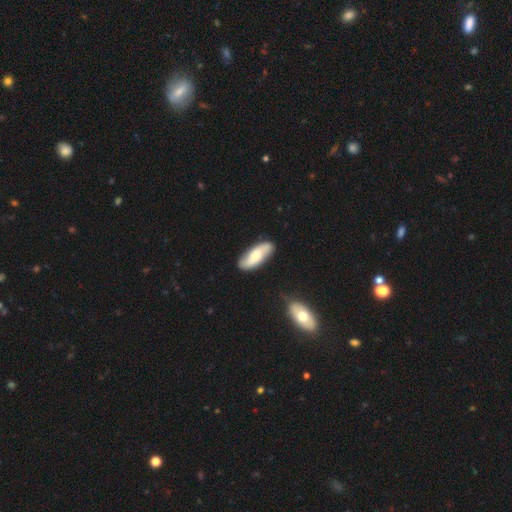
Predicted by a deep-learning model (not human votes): A smooth galaxy with no disk features (53%) that is in between round and cigar-shaped (70%). Merging: none (82%).